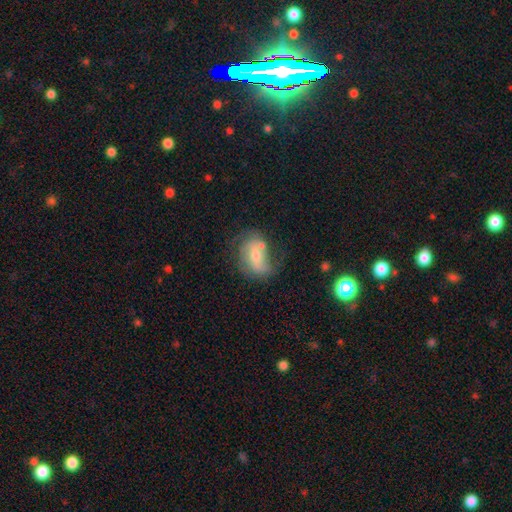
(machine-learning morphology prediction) A featured or disk galaxy (57%) with a weak bar (40%, tied with no), spiral arms (70%) and a moderate central bulge (54%).

Vote fractions:
- Smooth or featured? featured or disk: 57% / smooth: 34% / star or artifact: 9%
- Edge-on disk? no: 94% / yes: 6%
- Bar? weak: 40% (tied) / no: 40% (tied) / strong: 20%
- Spiral arms? yes: 70% / no: 30%
- Bulge size? moderate: 54% / small: 37% / large: 5% / none: 3% / dominant: 1%
- Merging? none: 45% / minor disturbance: 25% / major disturbance: 16% / merger: 15%